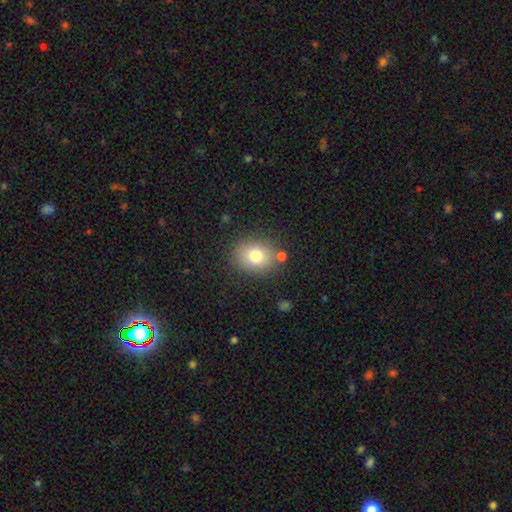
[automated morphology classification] smooth 78%, featured or disk 11%, star or artifact 11%. Down the decision tree: how rounded — round (61%); merging — none (79%).